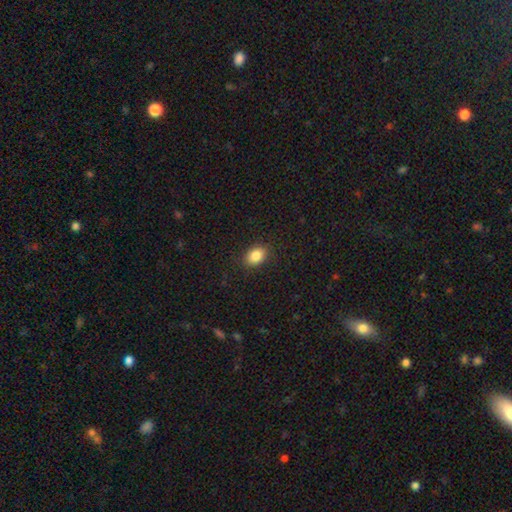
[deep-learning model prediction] smooth 86%, star or artifact 9%, featured or disk 5%. Down the decision tree: how rounded — in between (69%); merging — none (88%).